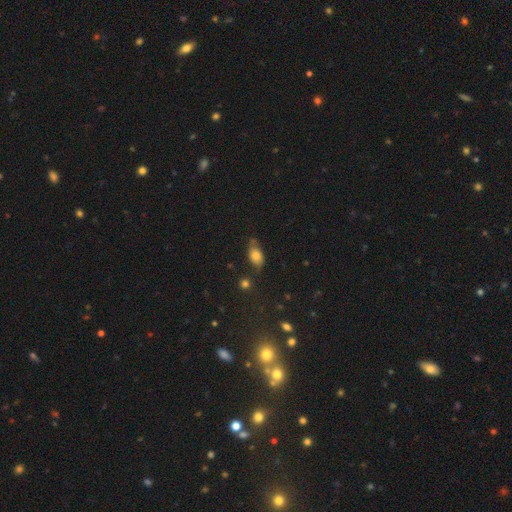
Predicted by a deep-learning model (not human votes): This appears to be a smooth galaxy with no disk features (74%) that is in between round and cigar-shaped (84%). Merging: none (60%).